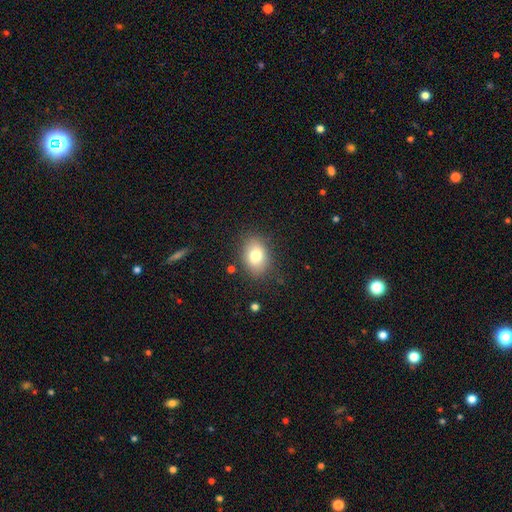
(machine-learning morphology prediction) This appears to be a smooth galaxy with no disk features (77%) that is in between round and cigar-shaped (74%). Merging: none (83%).